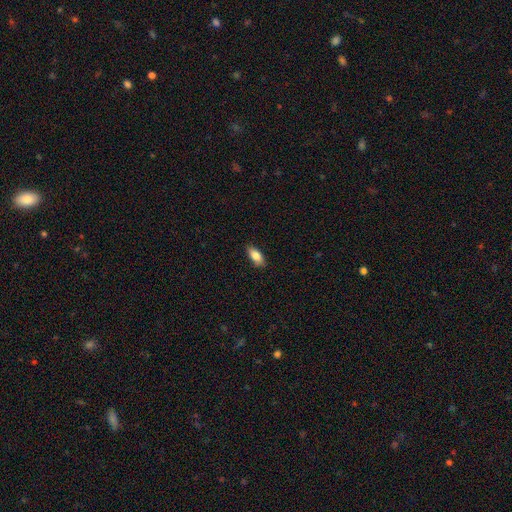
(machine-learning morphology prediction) This is clearly a smooth galaxy (83%). How rounded: clearly in between (86%). Merging: clearly none (86%).